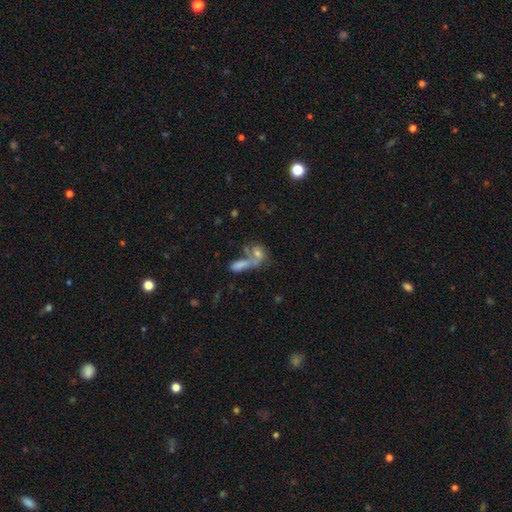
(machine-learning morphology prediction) smooth_or_featured: smooth (p=0.59) [alt: featured or disk p=0.26]
how_rounded: in between (p=0.61) [alt: round p=0.27]
merging: merger (p=0.53) [alt: none p=0.28]